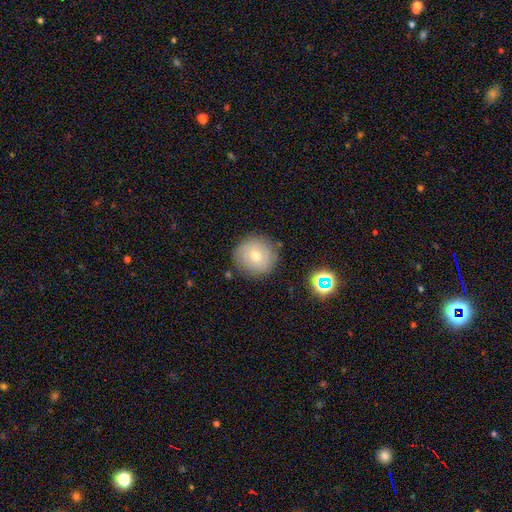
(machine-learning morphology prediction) Smooth or featured?
  - smooth: 66% *
  - featured or disk: 24%
  - star or artifact: 10%
How rounded?
  - round: 93% *
  - in between: 6%
  - cigar-shaped: 1%
Merging?
  - none: 83% *
  - minor disturbance: 11%
  - major disturbance: 3%
  - merger: 2%